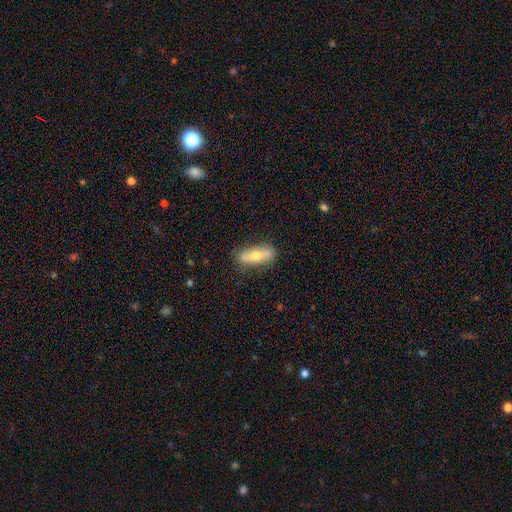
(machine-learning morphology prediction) Overall: smooth (56%; featured or disk 37%). How rounded: in between (54%; cigar-shaped 43%). Merging: none (81%).